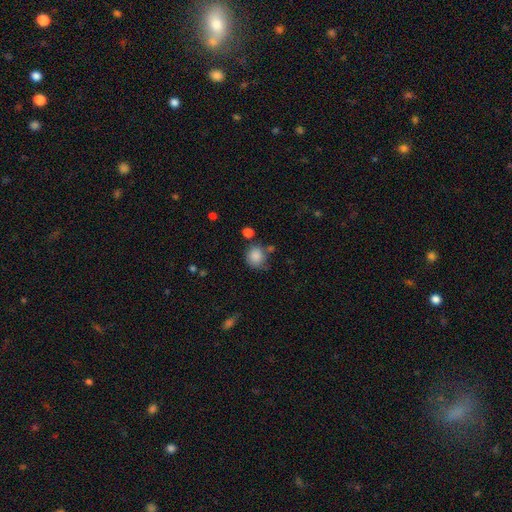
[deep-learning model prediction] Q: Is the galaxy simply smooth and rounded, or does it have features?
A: smooth — 86%.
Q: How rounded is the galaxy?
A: round — 80%.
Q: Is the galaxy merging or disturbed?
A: none — 66%.